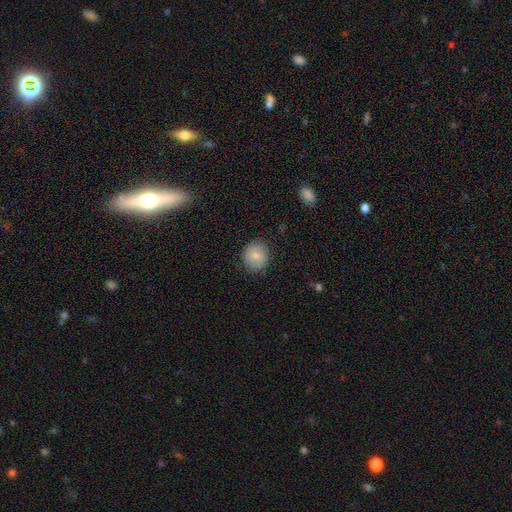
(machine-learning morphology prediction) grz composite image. It shows a smooth galaxy with no disk features (76%) that is round (84%). Merging: none (86%).